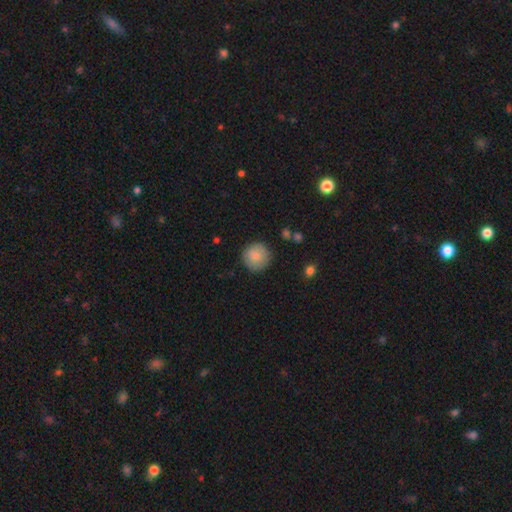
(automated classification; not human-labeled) Q: Smooth or featured?
A: smooth (86%); runner-up: star or artifact (7%)
Q: How rounded?
A: round (94%); runner-up: in between (5%)
Q: Merging?
A: none (86%); runner-up: minor disturbance (10%)